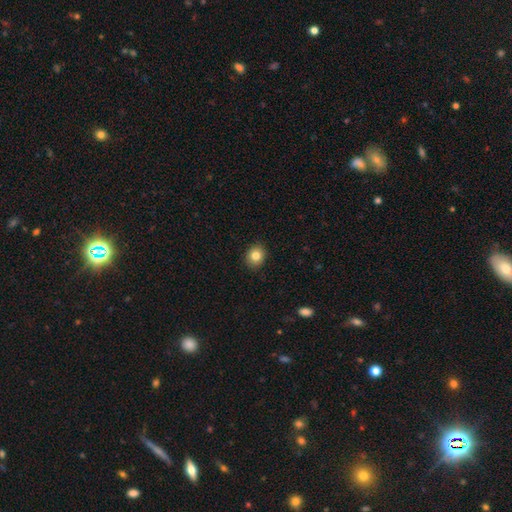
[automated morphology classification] A smooth galaxy with no disk features (82%) that is round (66%). Merging: none (90%).